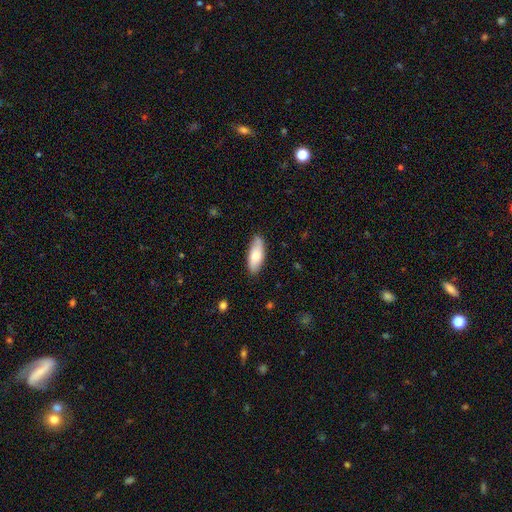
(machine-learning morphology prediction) Smooth or featured? smooth (73%)
How rounded? in between (78%)
Merging? none (83%)